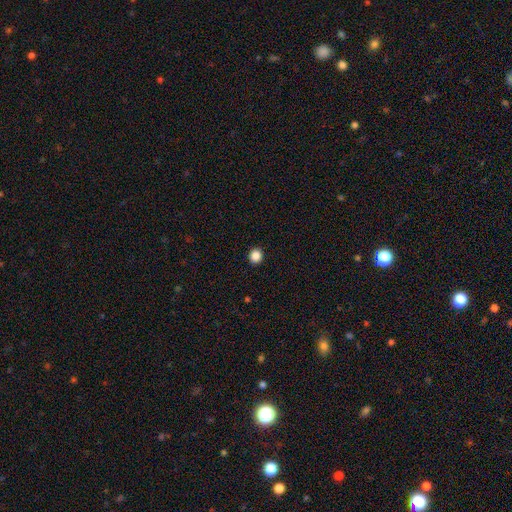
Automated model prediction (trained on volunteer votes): Smooth or featured? Predicted: smooth (p=0.87). How rounded? Predicted: round (p=0.90). Merging? Predicted: none (p=0.93).